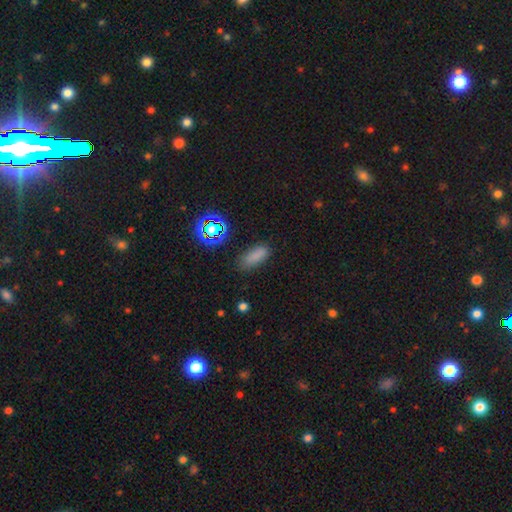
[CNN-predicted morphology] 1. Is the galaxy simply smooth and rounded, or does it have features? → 77% smooth, 17% star or artifact, 6% featured or disk.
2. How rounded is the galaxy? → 73% in between, 23% cigar-shaped, 4% round.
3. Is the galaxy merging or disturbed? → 79% none, 15% minor disturbance, 4% major disturbance, 2% merger.